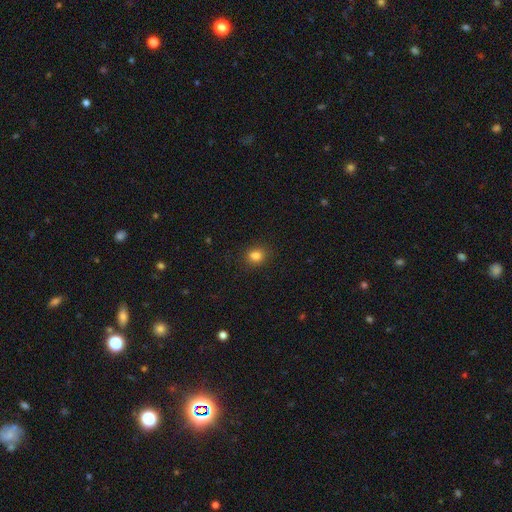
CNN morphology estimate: Q: Smooth or featured?
A: smooth (83%); runner-up: star or artifact (12%)
Q: How rounded?
A: round (64%); runner-up: in between (35%)
Q: Merging?
A: none (85%); runner-up: minor disturbance (10%)